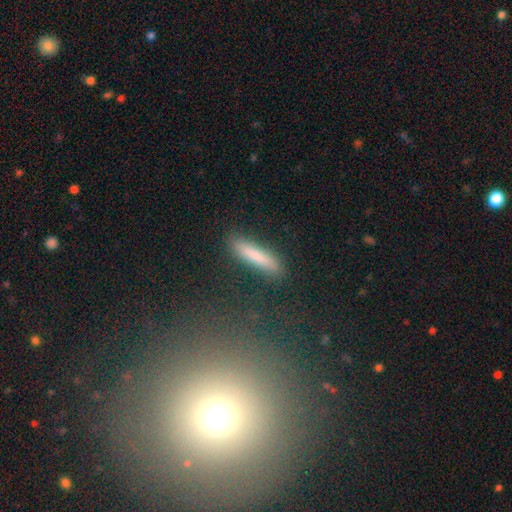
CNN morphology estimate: Smooth or featured: smooth — 80% (featured or disk — 13%)
How rounded: cigar-shaped — 89% (in between — 10%)
Merging: none — 87% (minor disturbance — 9%)